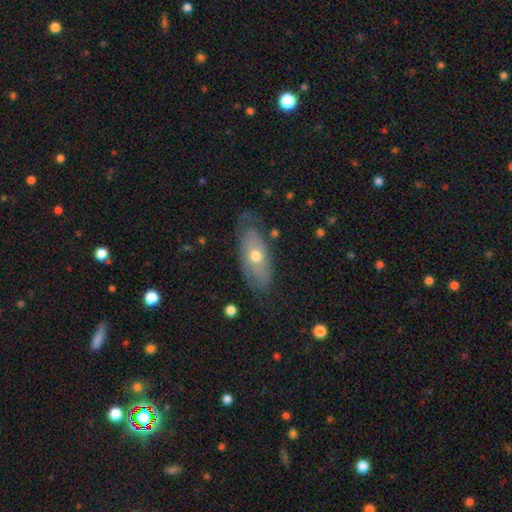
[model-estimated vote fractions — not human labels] This appears to be a featured or disk galaxy (55%). Merging: none (66%).